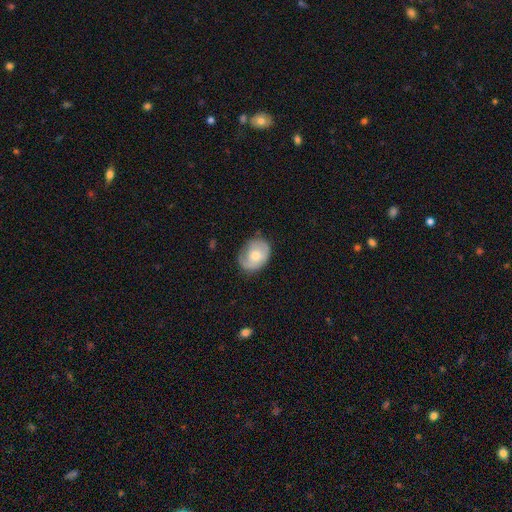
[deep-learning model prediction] Smooth or featured? featured or disk (47%)
Merging? none (66%)